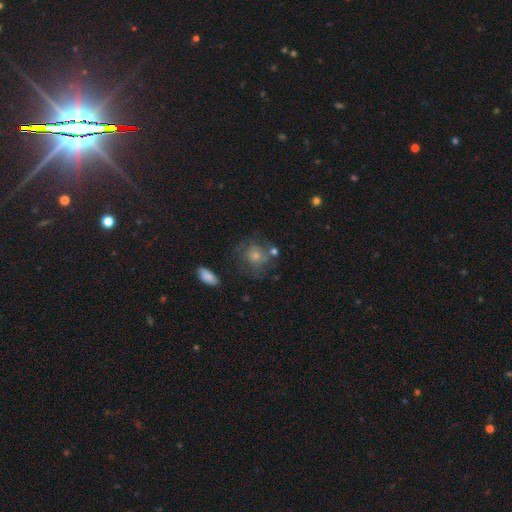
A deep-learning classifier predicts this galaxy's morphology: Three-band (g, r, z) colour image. It shows a smooth galaxy with no disk features (65%) that is round (79%). Merging: none (53%).